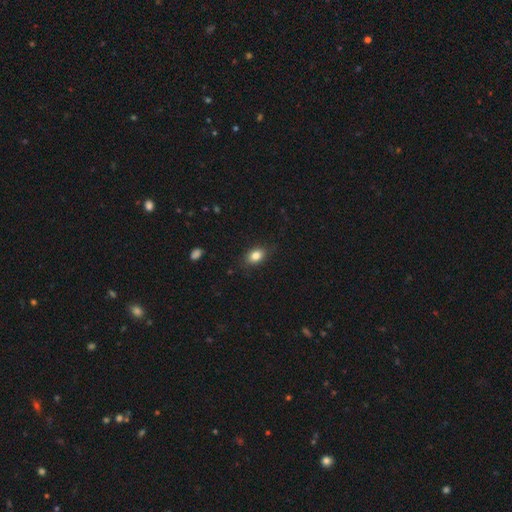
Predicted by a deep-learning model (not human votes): Q: Smooth or featured?
A: smooth (83%); runner-up: star or artifact (9%)
Q: How rounded?
A: in between (81%); runner-up: round (17%)
Q: Merging?
A: none (83%); runner-up: minor disturbance (13%)